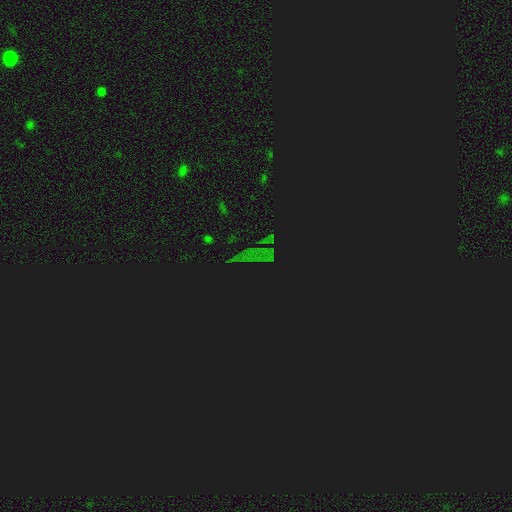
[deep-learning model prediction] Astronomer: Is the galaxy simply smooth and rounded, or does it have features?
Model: star or artifact — 79%.